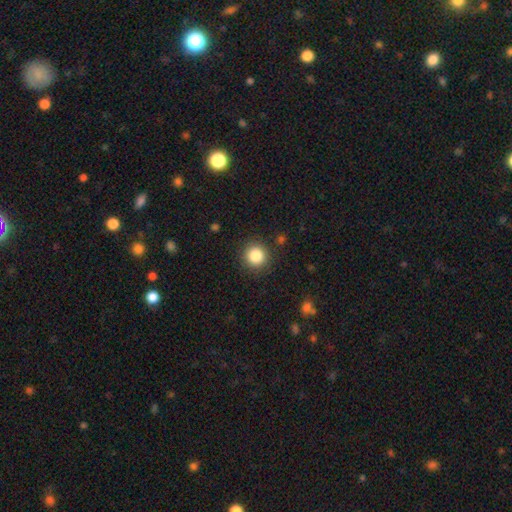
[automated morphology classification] The model was most divided on "smooth or featured": smooth: 85%, star or artifact: 10%, featured or disk: 5%. More confident: how rounded — round (94%); merging — none (89%).